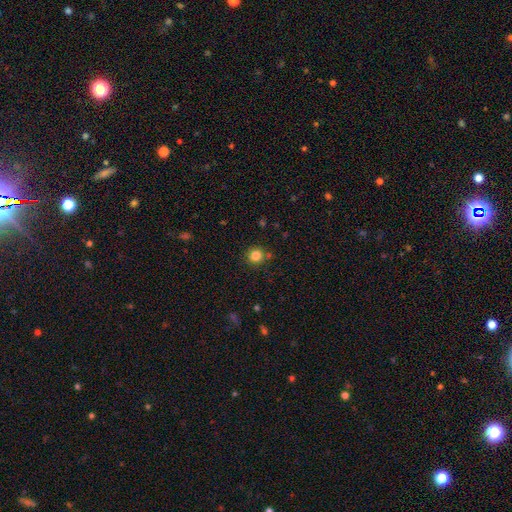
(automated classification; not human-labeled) Smooth or featured?
  - smooth: 83% *
  - star or artifact: 12%
  - featured or disk: 5%
How rounded?
  - round: 92% *
  - in between: 7%
  - cigar-shaped: 1%
Merging?
  - none: 84% *
  - minor disturbance: 9%
  - merger: 4%
  - major disturbance: 3%